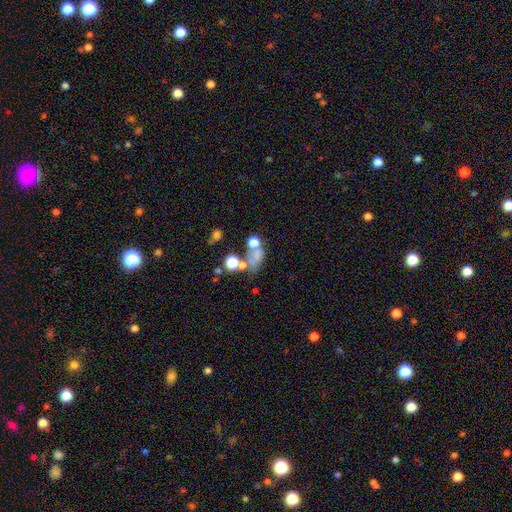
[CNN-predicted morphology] A smooth galaxy with no disk features (56%) that is in between round and cigar-shaped (63%).

Vote fractions:
- Smooth or featured? smooth: 56% / star or artifact: 22% / featured or disk: 22%
- How rounded? in between: 63% / round: 33% / cigar-shaped: 4%
- Merging? merger: 39% / none: 29% / major disturbance: 20% / minor disturbance: 13%